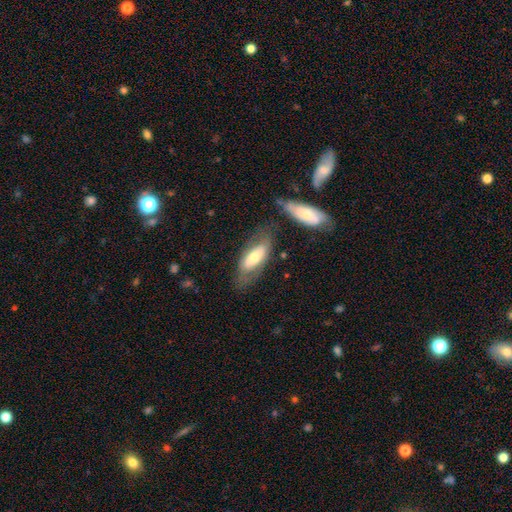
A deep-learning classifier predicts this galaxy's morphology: The model was most divided on "smooth or featured": smooth: 47%, featured or disk: 45%, star or artifact: 8%. More confident: merging — none (66%).